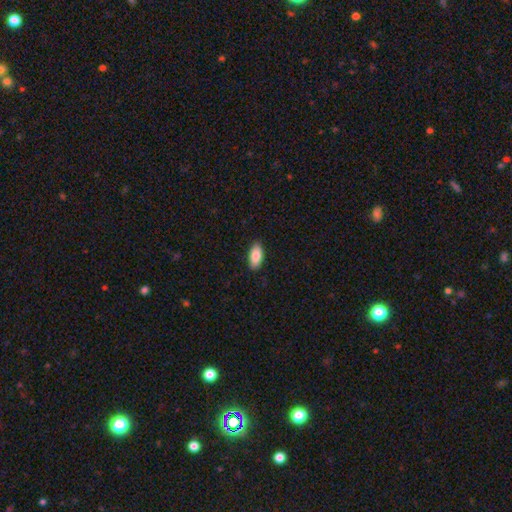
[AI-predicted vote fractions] Overall: smooth (86%). How rounded: in between (91%). Merging: none (89%).